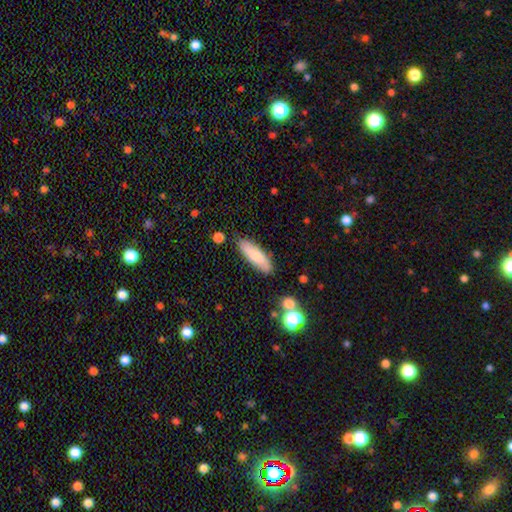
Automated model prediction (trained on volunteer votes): This appears to be a smooth galaxy with no disk features (80%) that is cigar-shaped (52%). Merging: none (82%).